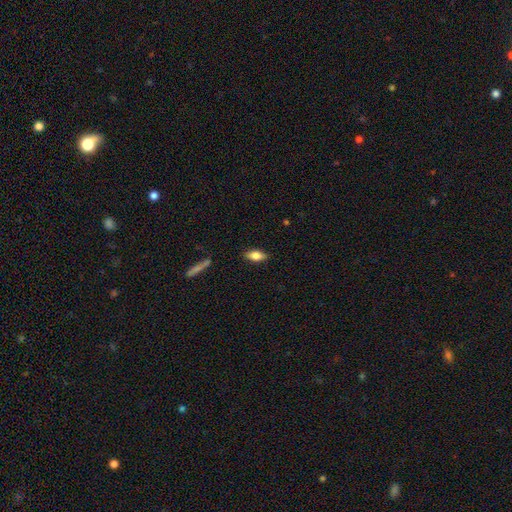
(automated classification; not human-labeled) Smooth or featured? smooth (77%)
How rounded? in between (80%)
Merging? none (86%)